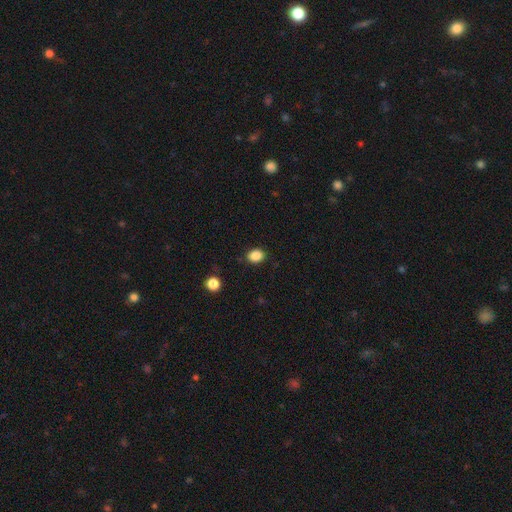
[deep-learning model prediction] A smooth galaxy with no disk features (87%) that is in between round and cigar-shaped (51%). Merging: none (88%).